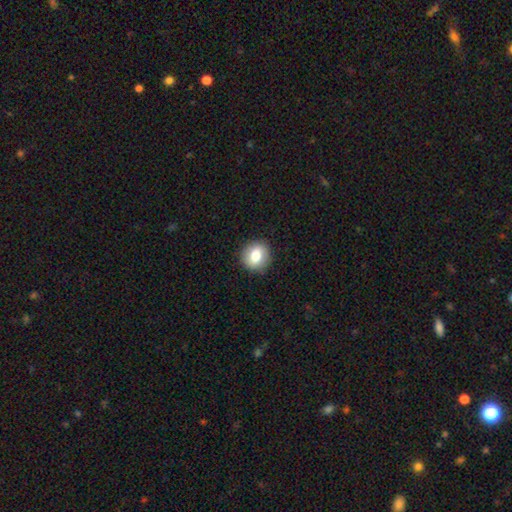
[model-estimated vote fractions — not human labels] A smooth galaxy with no disk features (78%) that is round (84%). Merging: none (90%).